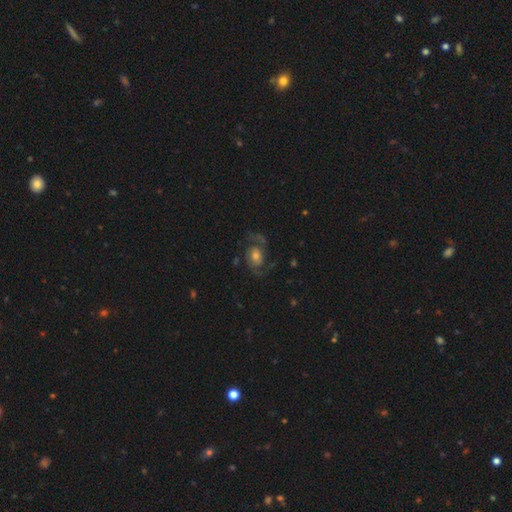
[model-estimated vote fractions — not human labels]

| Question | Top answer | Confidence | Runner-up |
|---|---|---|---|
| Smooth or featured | featured or disk | 78% | smooth (13%) |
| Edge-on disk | no | 97% | yes (3%) |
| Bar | no | 63% | weak (30%) |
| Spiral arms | yes | 93% | no (7%) |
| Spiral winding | medium | 49% | loose (36%) |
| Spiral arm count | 2 | 90% | can't tell (4%) |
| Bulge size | moderate | 53% | small (23%) |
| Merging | none | 69% | minor disturbance (15%) |